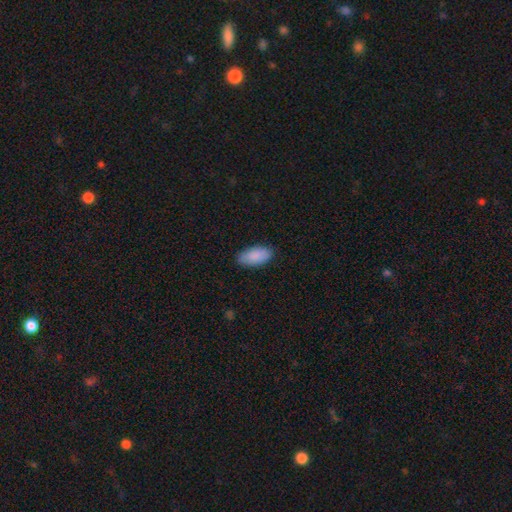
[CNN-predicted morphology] smooth-or-featured: smooth: 89% | star or artifact: 6% | featured or disk: 5%
  how-rounded: in between: 93% | cigar-shaped: 5% | round: 2%
  merging: none: 86% | minor disturbance: 11% | major disturbance: 2% | merger: 1%